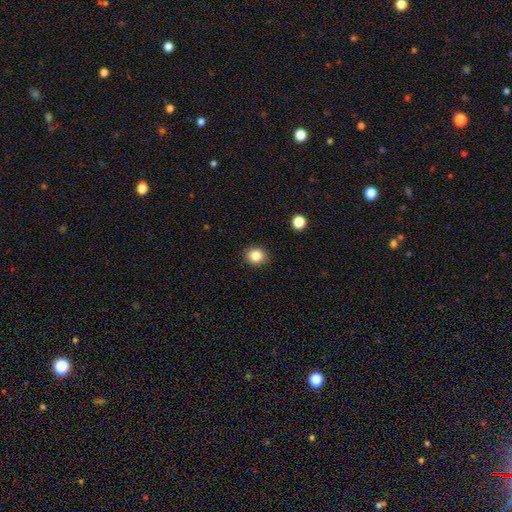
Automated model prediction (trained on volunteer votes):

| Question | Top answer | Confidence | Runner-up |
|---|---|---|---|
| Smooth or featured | smooth | 85% | star or artifact (10%) |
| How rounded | round | 71% | in between (28%) |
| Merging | none | 90% | minor disturbance (7%) |